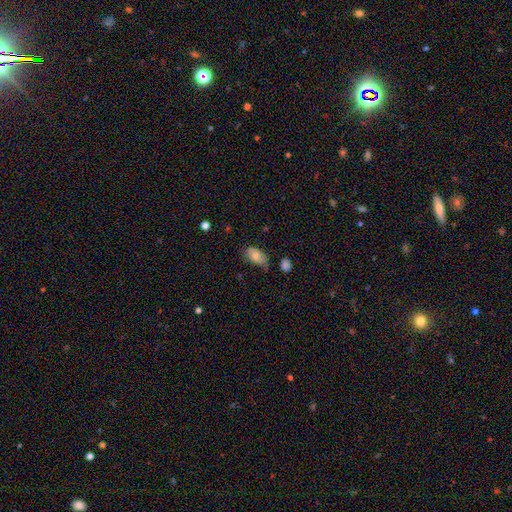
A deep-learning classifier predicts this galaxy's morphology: A smooth galaxy with no disk features (78%) that is in between round and cigar-shaped (92%).

Vote fractions:
- Smooth or featured? smooth: 78% / featured or disk: 14% / star or artifact: 8%
- How rounded? in between: 92% / round: 5% / cigar-shaped: 2%
- Merging? none: 46% / minor disturbance: 38% / major disturbance: 12% / merger: 4%